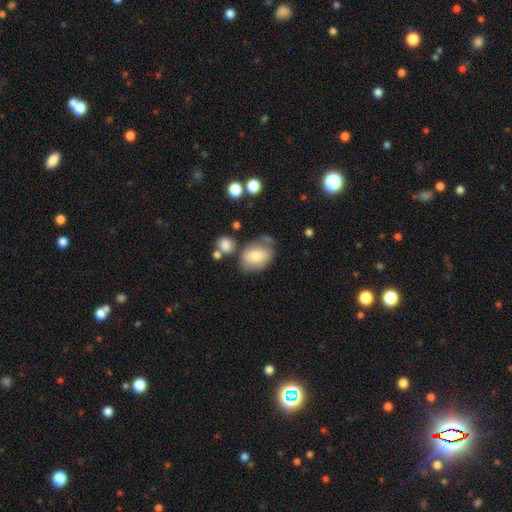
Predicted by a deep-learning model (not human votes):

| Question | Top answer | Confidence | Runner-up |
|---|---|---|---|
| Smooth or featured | smooth | 75% | featured or disk (17%) |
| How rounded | in between | 74% | round (25%) |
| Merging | none | 56% | minor disturbance (24%) |